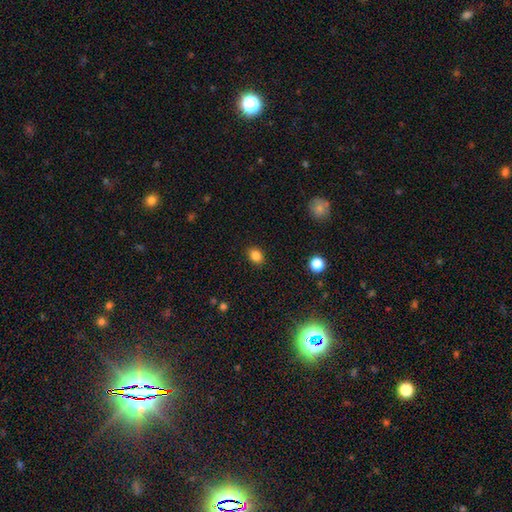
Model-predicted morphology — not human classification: The model was most divided on "how rounded": in between: 57%, round: 42%, cigar-shaped: 1%. More confident: merging — none (88%); smooth or featured — smooth (84%).